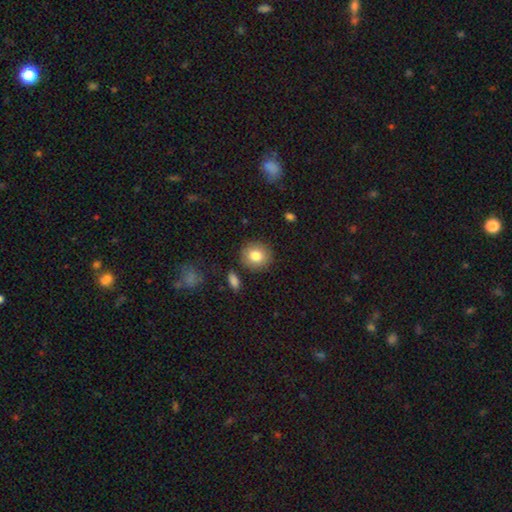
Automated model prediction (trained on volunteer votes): The model was most divided on "smooth or featured": smooth: 82%, featured or disk: 10%, star or artifact: 8%. More confident: merging — none (86%); how rounded — round (86%).